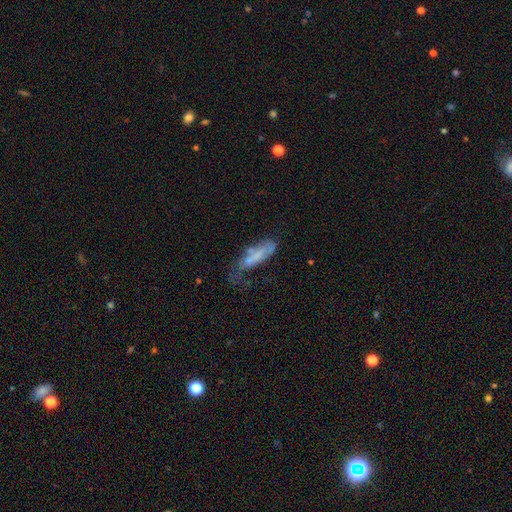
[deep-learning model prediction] A smooth galaxy with no disk features (49%).

Vote fractions:
- Smooth or featured? smooth: 49% / featured or disk: 41% / star or artifact: 10%
- Merging? major disturbance: 37% / none: 27% / minor disturbance: 26% / merger: 10%